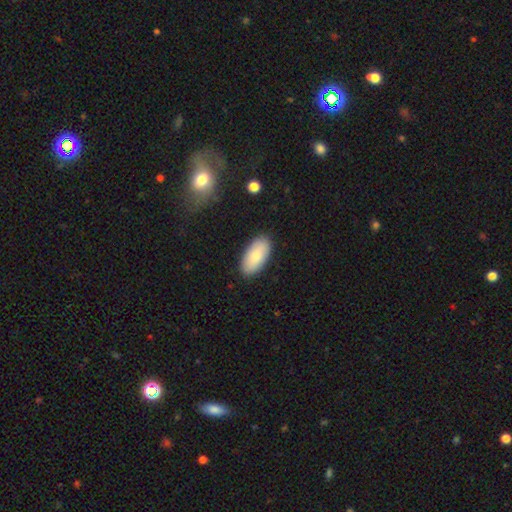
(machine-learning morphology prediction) smooth 81%, featured or disk 13%, star or artifact 6%. Down the decision tree: how rounded — in between (94%); merging — none (88%).